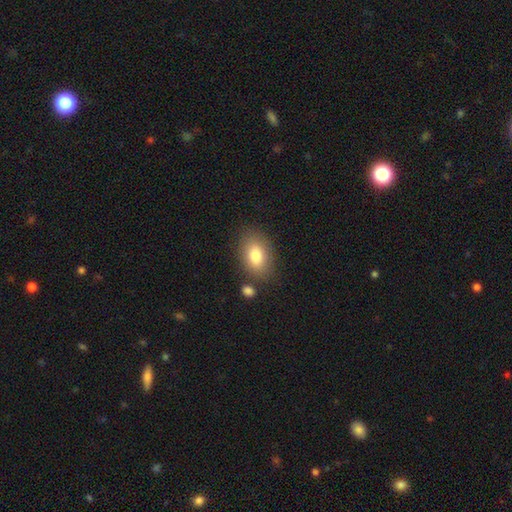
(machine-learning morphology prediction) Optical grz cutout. It shows a smooth galaxy with no disk features (83%) that is in between round and cigar-shaped (87%). Merging: none (77%).